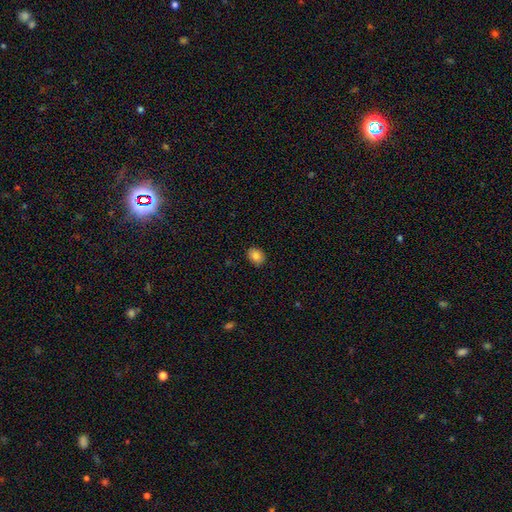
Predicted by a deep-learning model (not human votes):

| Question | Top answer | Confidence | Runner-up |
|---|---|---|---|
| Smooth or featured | smooth | 85% | star or artifact (9%) |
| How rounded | in between | 56% | round (43%) |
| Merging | none | 87% | minor disturbance (10%) |